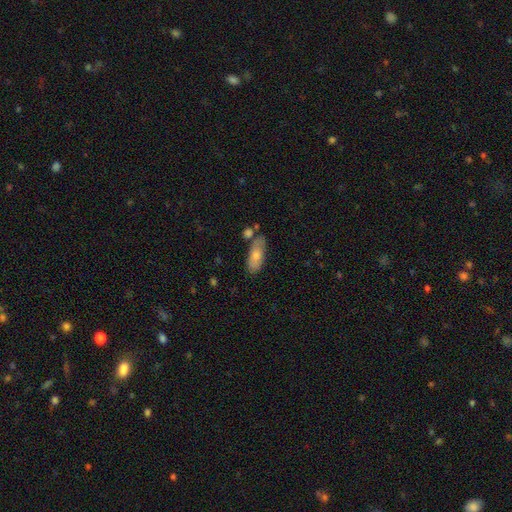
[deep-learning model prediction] Smooth or featured? smooth (65%)
How rounded? in between (75%)
Merging? none (67%)